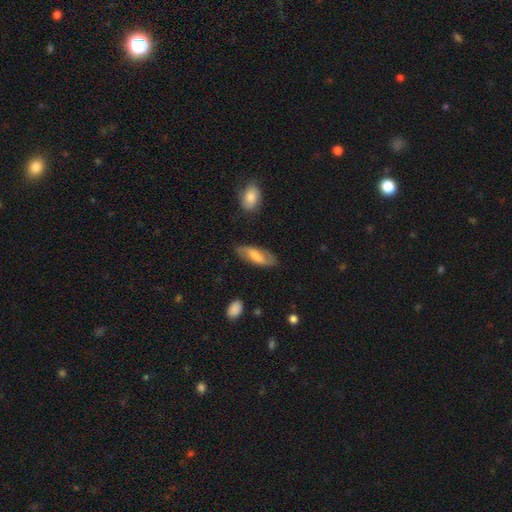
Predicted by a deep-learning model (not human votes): smooth-or-featured: smooth: 51% | featured or disk: 43% | star or artifact: 6%
  how-rounded: in between: 74% | cigar-shaped: 24% | round: 3%
  merging: none: 78% | minor disturbance: 16% | major disturbance: 4% | merger: 2%